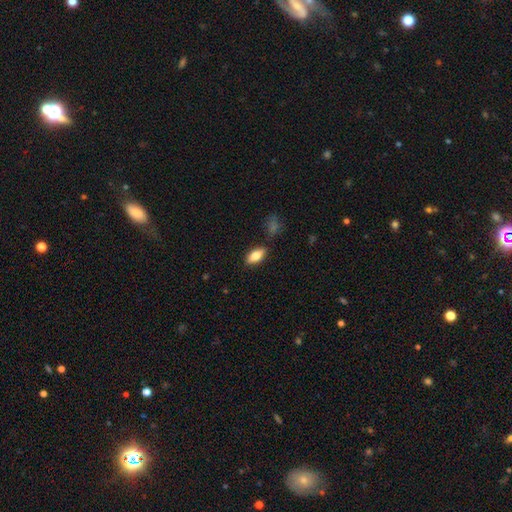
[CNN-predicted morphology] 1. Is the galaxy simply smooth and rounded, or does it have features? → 76% smooth, 17% featured or disk, 7% star or artifact.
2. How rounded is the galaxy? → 86% in between, 11% cigar-shaped, 3% round.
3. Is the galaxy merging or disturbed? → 84% none, 11% minor disturbance, 3% major disturbance, 2% merger.